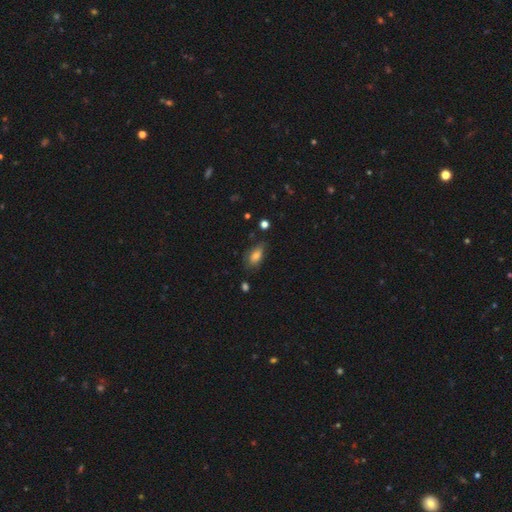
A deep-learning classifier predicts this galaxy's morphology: Smooth or featured: smooth — 75% (featured or disk — 15%)
How rounded: in between — 87% (cigar-shaped — 7%)
Merging: none — 61% (minor disturbance — 28%)